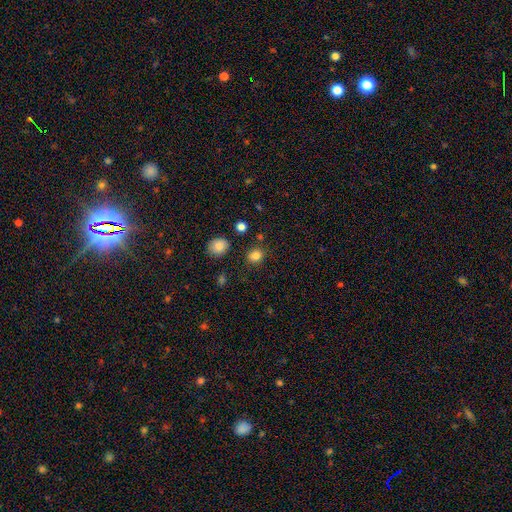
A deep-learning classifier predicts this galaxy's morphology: Overall: smooth (83%). How rounded: round (74%). Merging: none (84%).